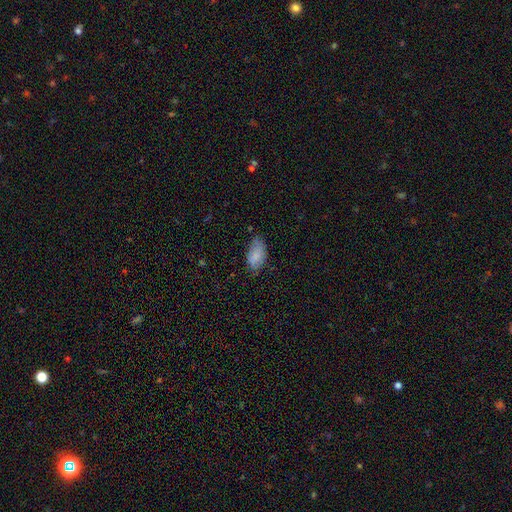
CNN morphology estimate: Smooth or featured?
  - smooth: 79% *
  - featured or disk: 13%
  - star or artifact: 8%
How rounded?
  - in between: 94% *
  - round: 4%
  - cigar-shaped: 2%
Merging?
  - none: 55% *
  - minor disturbance: 35%
  - major disturbance: 8%
  - merger: 2%